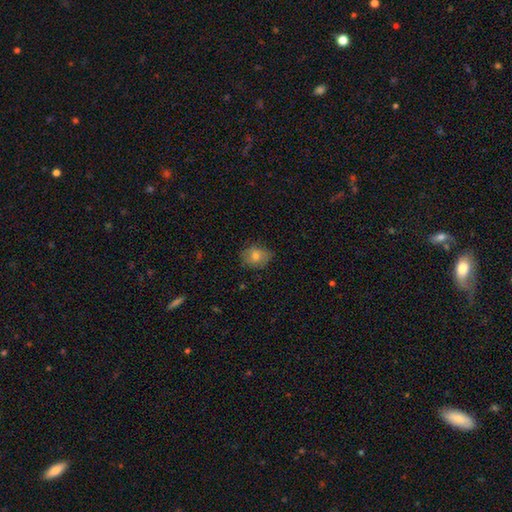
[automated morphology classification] Smooth or featured?
  - smooth: 71% *
  - featured or disk: 17%
  - star or artifact: 12%
How rounded?
  - round: 51% *
  - in between: 47%
  - cigar-shaped: 1%
Merging?
  - none: 75% *
  - minor disturbance: 19%
  - major disturbance: 5%
  - merger: 1%